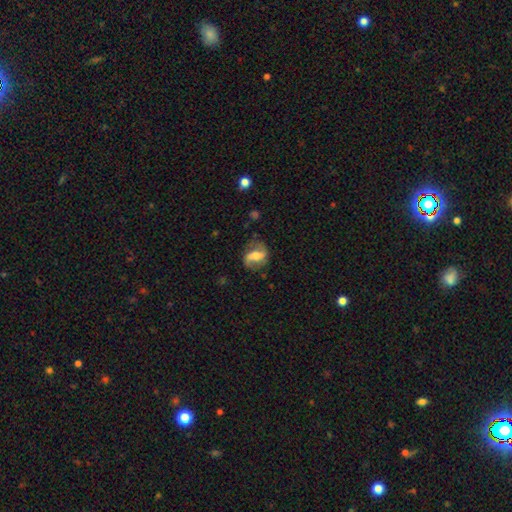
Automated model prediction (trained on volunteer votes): Smooth or featured? Predicted: featured or disk (p=0.70). Edge-on disk? Predicted: no (p=0.96). Bar? Predicted: weak (p=0.40). Spiral arms? Predicted: yes (p=0.89). Spiral winding? Predicted: loose (p=0.55). Spiral arm count? Predicted: 2 (p=0.85). Bulge size? Predicted: moderate (p=0.48). Merging? Predicted: none (p=0.68).